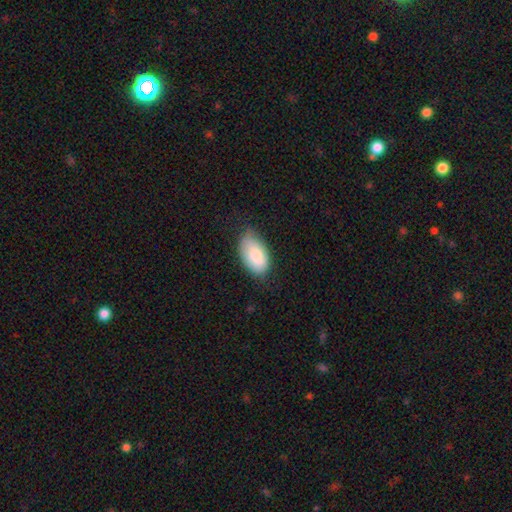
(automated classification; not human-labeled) Smooth or featured? Predicted: smooth (p=0.84). How rounded? Predicted: in between (p=0.94). Merging? Predicted: none (p=0.62).